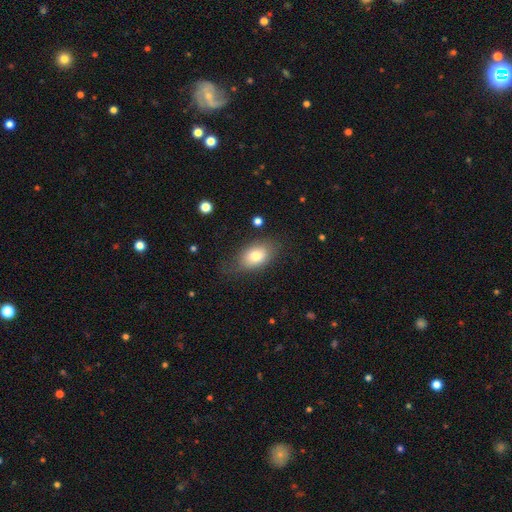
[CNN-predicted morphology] Overall: smooth (77%). How rounded: in between (86%). Merging: none (70%).